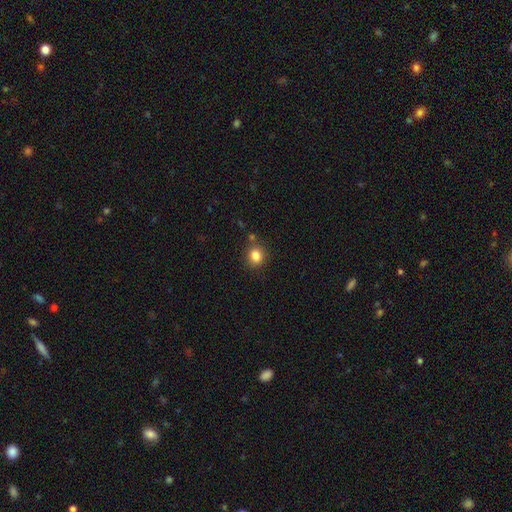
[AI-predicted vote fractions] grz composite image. It shows a smooth galaxy with no disk features (84%) that is round (74%). Merging: none (79%).